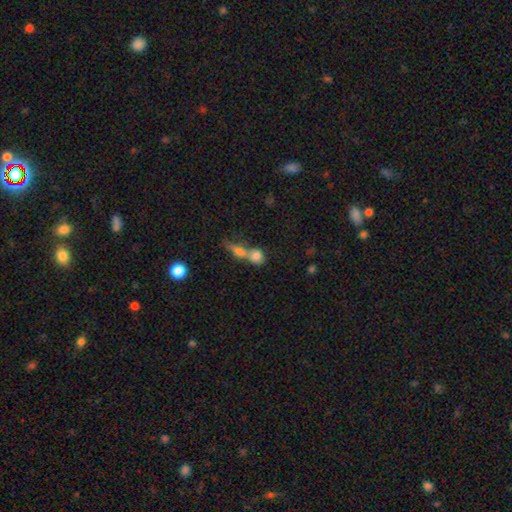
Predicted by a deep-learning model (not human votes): smooth 75%, featured or disk 15%, star or artifact 10%. Down the decision tree: how rounded — round (57%); merging — merger (65%).